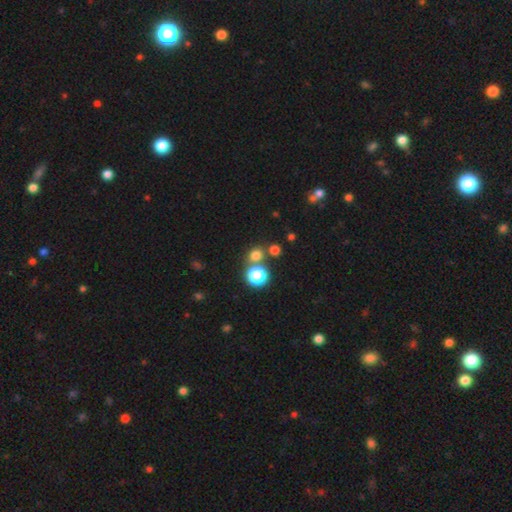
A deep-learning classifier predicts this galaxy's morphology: This is likely a smooth galaxy (71%). How rounded: clearly round (80%). Merging: likely none (69%).